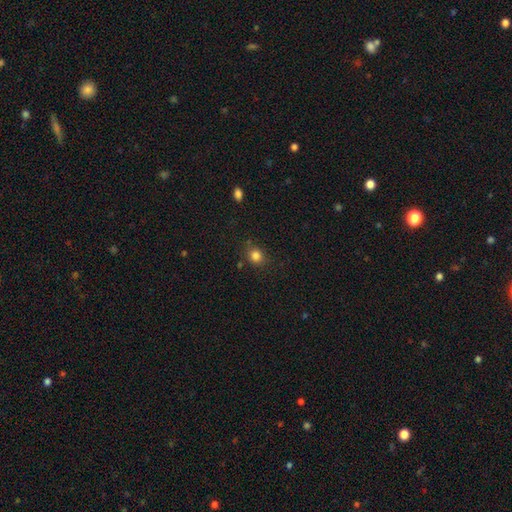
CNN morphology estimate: This is clearly a smooth galaxy (82%). How rounded: likely round (78%). Merging: likely none (79%).